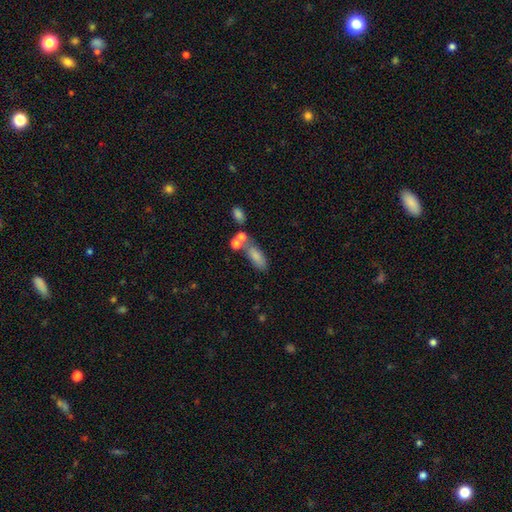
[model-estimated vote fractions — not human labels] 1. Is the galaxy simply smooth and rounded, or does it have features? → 75% smooth, 15% featured or disk, 10% star or artifact.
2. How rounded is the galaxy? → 67% in between, 27% cigar-shaped, 6% round.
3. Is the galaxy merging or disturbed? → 46% none, 29% merger, 16% minor disturbance, 9% major disturbance.